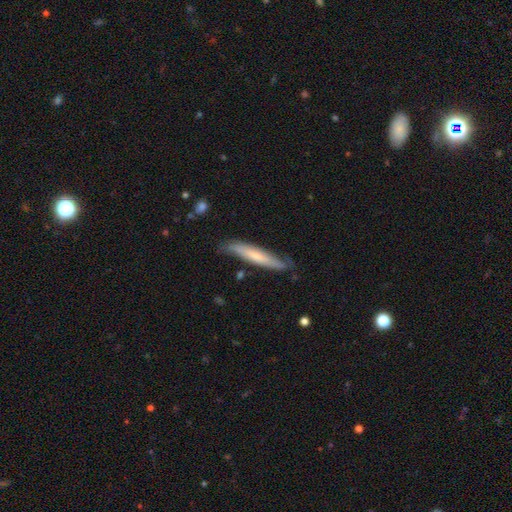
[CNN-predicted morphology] Q: Smooth or featured?
A: smooth (55%); runner-up: featured or disk (40%)
Q: How rounded?
A: cigar-shaped (92%); runner-up: in between (6%)
Q: Merging?
A: none (75%); runner-up: minor disturbance (19%)